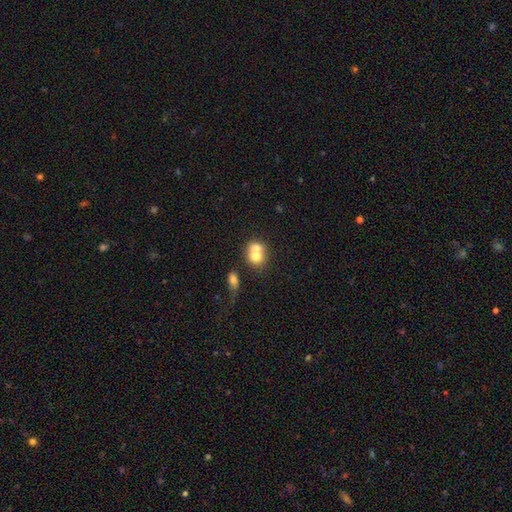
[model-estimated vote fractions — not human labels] smooth 68%, featured or disk 23%, star or artifact 9%. Down the decision tree: how rounded — round (68%); merging — merger (69%).